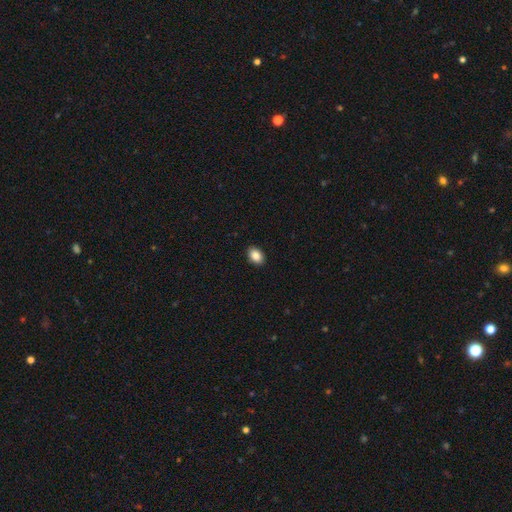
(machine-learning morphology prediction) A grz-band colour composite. It shows a smooth galaxy with no disk features (88%) that is in between round and cigar-shaped (80%). Merging: none (91%).